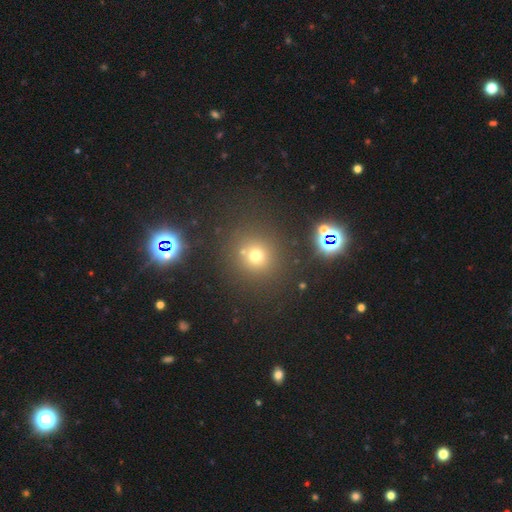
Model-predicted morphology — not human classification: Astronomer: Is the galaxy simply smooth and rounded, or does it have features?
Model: smooth — 67%.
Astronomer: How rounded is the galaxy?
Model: round — 90%.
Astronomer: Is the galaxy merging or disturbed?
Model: none — 78%.